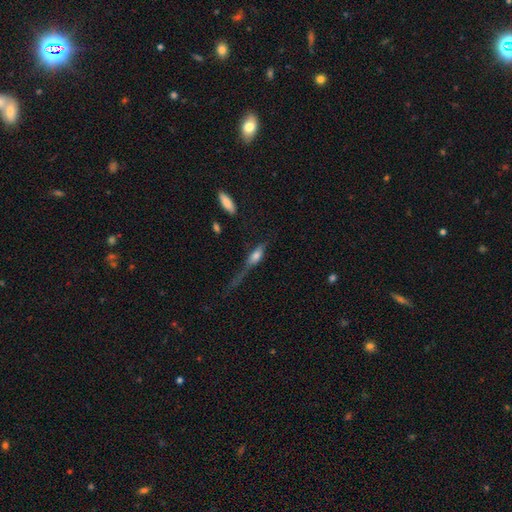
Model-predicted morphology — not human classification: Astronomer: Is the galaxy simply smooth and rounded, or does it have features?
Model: smooth — 58%.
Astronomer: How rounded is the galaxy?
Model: in between — 49% (runner-up: cigar-shaped, 45%).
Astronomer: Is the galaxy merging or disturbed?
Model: major disturbance — 41% (runner-up: none, 29%).